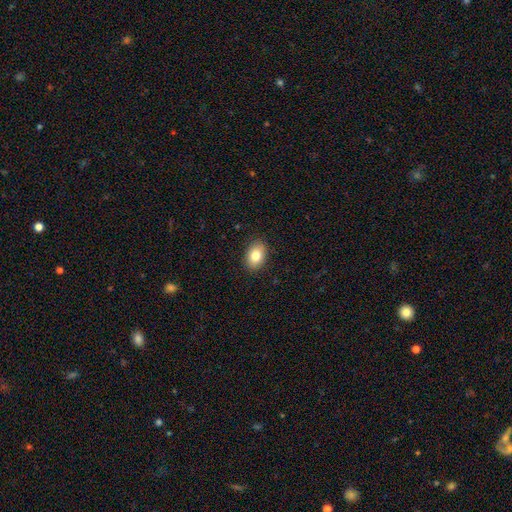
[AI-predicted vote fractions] A smooth galaxy with no disk features (82%) that is in between round and cigar-shaped (82%).

Vote fractions:
- Smooth or featured? smooth: 82% / featured or disk: 10% / star or artifact: 8%
- How rounded? in between: 82% / round: 17% / cigar-shaped: 1%
- Merging? none: 89% / minor disturbance: 9% / major disturbance: 2% / merger: 1%